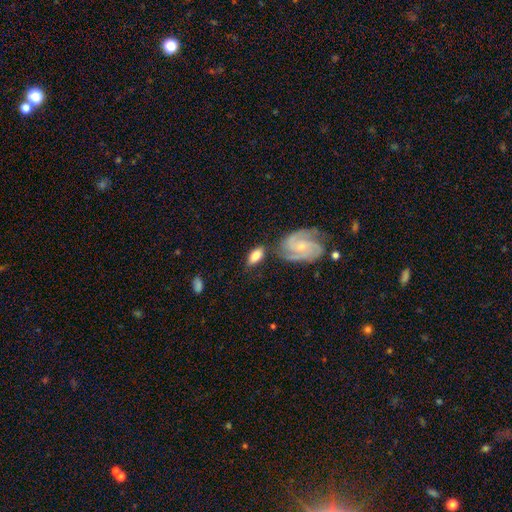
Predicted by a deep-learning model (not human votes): smooth 64%, featured or disk 30%, star or artifact 6%. Down the decision tree: how rounded — in between (88%); merging — none (66%).